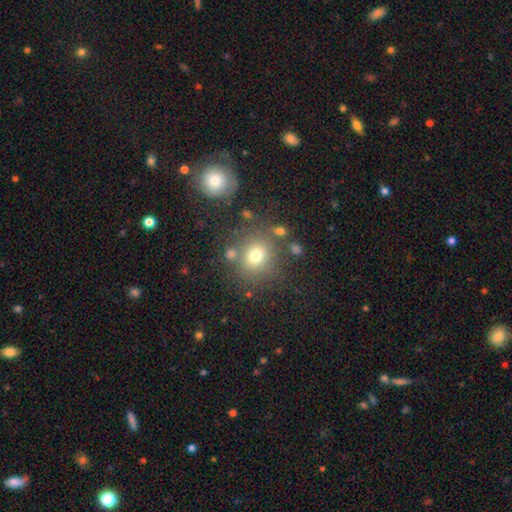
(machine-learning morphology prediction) Smooth or featured? smooth (73%)
How rounded? round (78%)
Merging? none (75%)